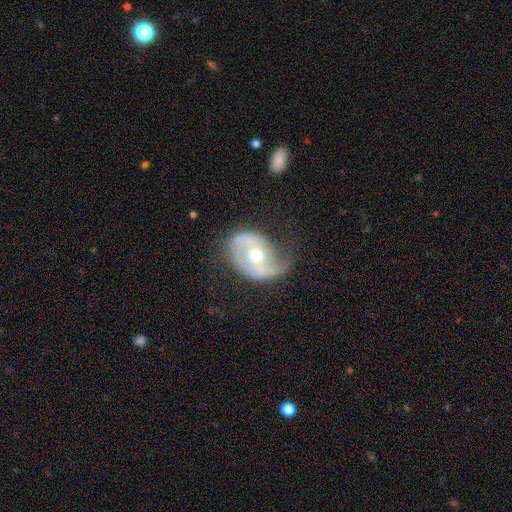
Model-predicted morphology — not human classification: featured or disk 82%, smooth 13%, star or artifact 6%. Down the decision tree: edge-on disk — no (96%); bar — no (43%); spiral arms — yes (89%); spiral arm count — 2 (71%); spiral winding — loose (44%); bulge size — moderate (70%); merging — none (49%).